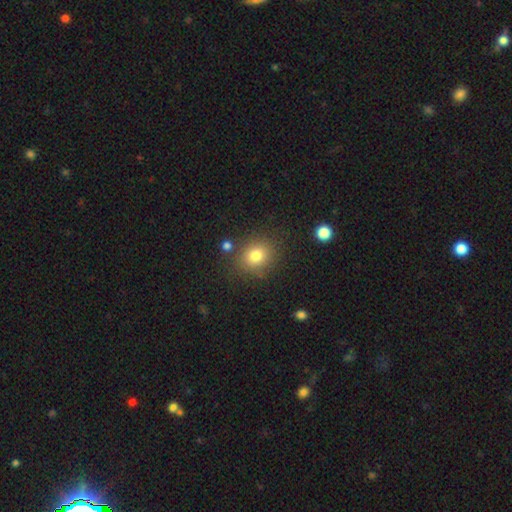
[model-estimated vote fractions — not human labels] Smooth or featured? smooth (80%)
How rounded? round (64%)
Merging? none (81%)